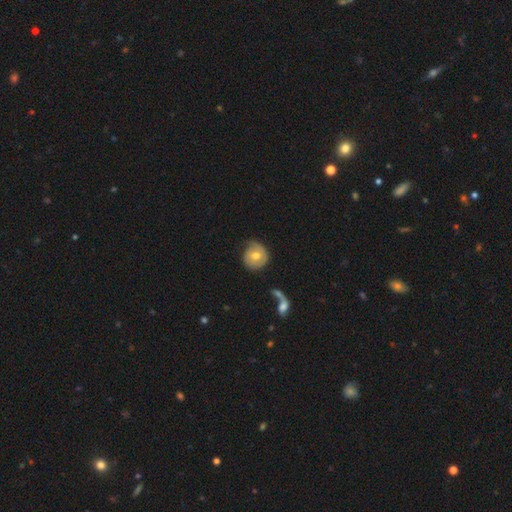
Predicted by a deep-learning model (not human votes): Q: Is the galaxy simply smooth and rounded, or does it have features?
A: smooth — 55%.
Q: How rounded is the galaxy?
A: round — 87%.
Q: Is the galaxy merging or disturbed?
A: none — 56%.